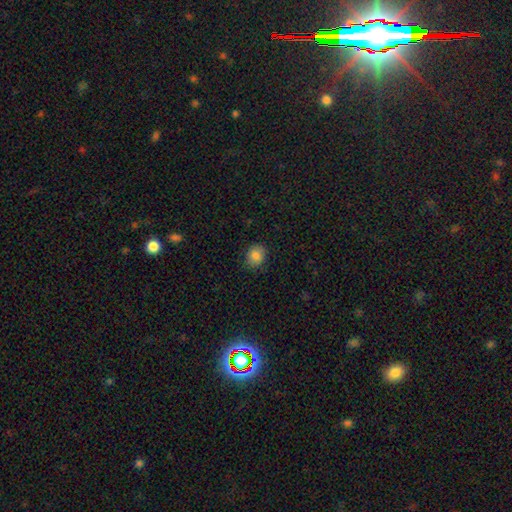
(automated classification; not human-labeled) A smooth galaxy with no disk features (83%) that is round (66%).

Vote fractions:
- Smooth or featured? smooth: 83% / star or artifact: 10% / featured or disk: 7%
- How rounded? round: 66% / in between: 34% / cigar-shaped: 1%
- Merging? none: 86% / minor disturbance: 11% / major disturbance: 2% / merger: 1%